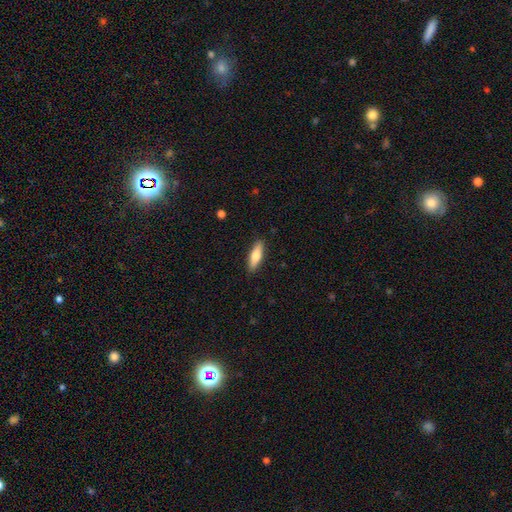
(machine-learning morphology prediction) smooth 67%, featured or disk 27%, star or artifact 6%. Down the decision tree: how rounded — cigar-shaped (55%); merging — none (89%).